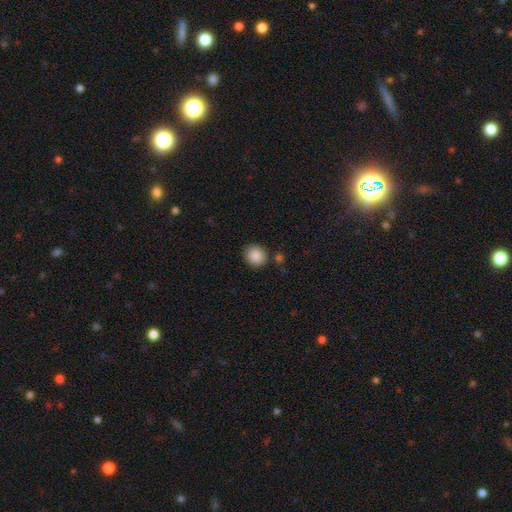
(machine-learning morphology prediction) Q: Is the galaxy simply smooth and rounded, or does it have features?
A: smooth — 88%.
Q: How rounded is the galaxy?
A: round — 86%.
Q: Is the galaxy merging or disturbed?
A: none — 84%.